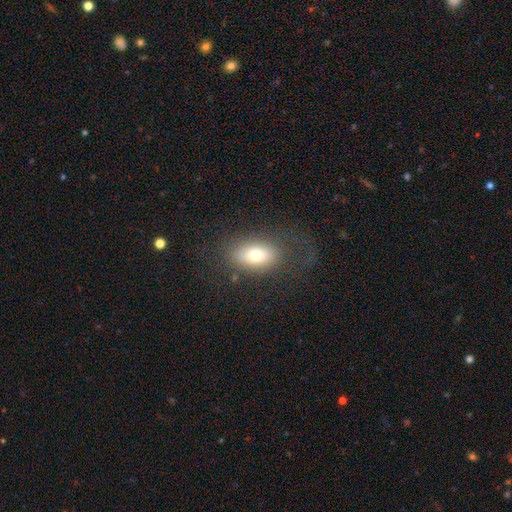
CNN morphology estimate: smooth 70%, featured or disk 20%, star or artifact 10%. Down the decision tree: how rounded — in between (85%); merging — none (65%).